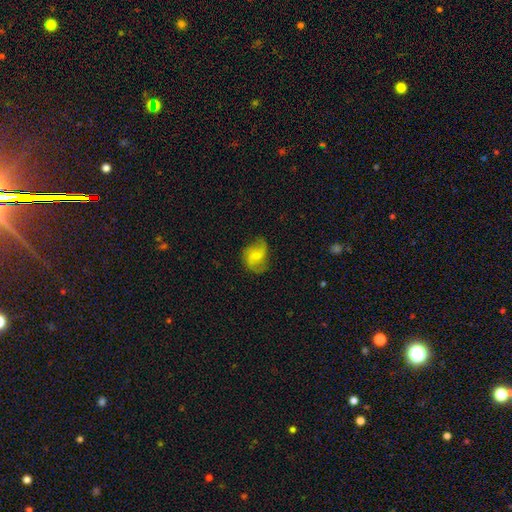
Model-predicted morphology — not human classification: Smooth or featured?
  - featured or disk: 49% *
  - smooth: 42%
  - star or artifact: 9%
Merging?
  - none: 61% *
  - minor disturbance: 26%
  - major disturbance: 12%
  - merger: 1%